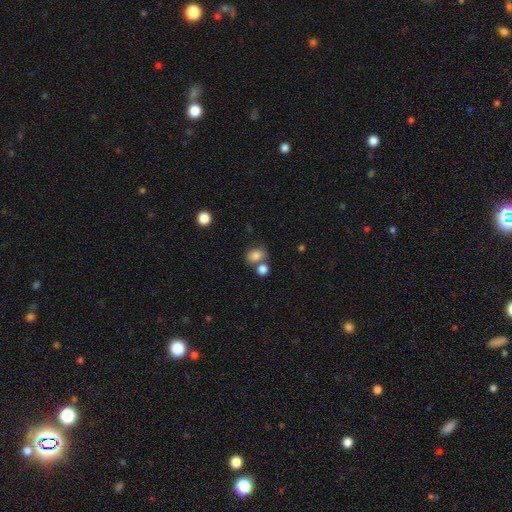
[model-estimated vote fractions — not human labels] smooth-or-featured: smooth: 81% | star or artifact: 11% | featured or disk: 8%
  how-rounded: in between: 63% | round: 36% | cigar-shaped: 1%
  merging: none: 55% | merger: 28% | minor disturbance: 12% | major disturbance: 4%